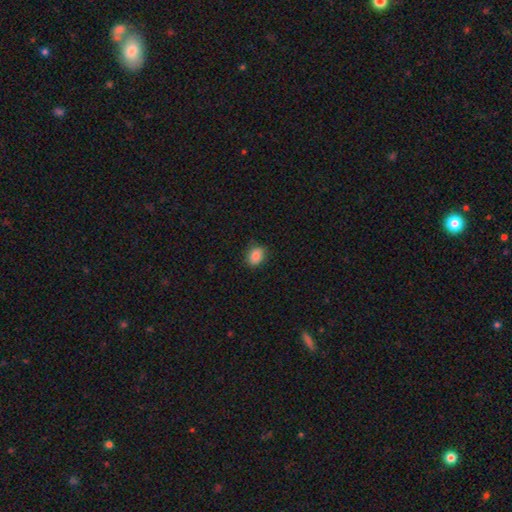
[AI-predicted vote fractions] A smooth galaxy with no disk features (85%) that is in between round and cigar-shaped (61%).

Vote fractions:
- Smooth or featured? smooth: 85% / star or artifact: 9% / featured or disk: 6%
- How rounded? in between: 61% / round: 38% / cigar-shaped: 1%
- Merging? none: 84% / minor disturbance: 13% / major disturbance: 3% / merger: 1%